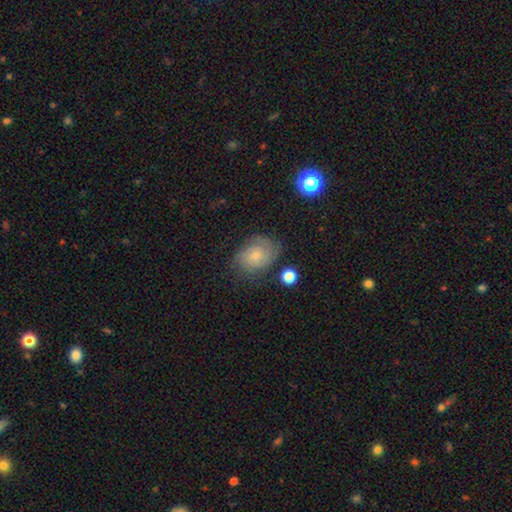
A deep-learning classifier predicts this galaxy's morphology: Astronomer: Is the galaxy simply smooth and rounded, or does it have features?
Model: featured or disk — 51% (runner-up: smooth, 39%).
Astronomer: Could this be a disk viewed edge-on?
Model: no — 96%.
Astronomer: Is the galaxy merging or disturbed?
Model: none — 65%.